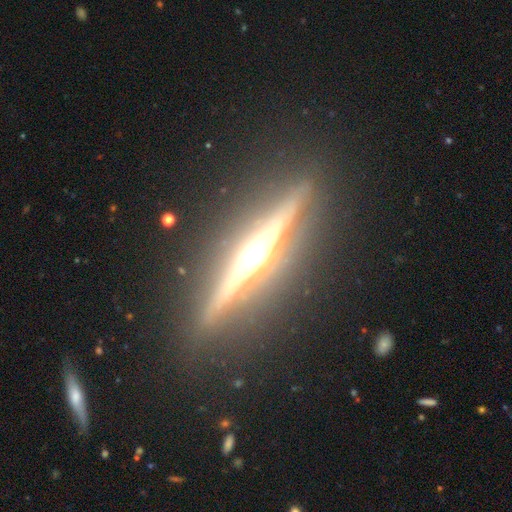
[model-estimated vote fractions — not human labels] The model was most divided on "edge-on bulge": rounded: 87%, boxy: 10%, none: 4%. More confident: edge-on disk — yes (97%); merging — none (88%); smooth or featured — featured or disk (87%).